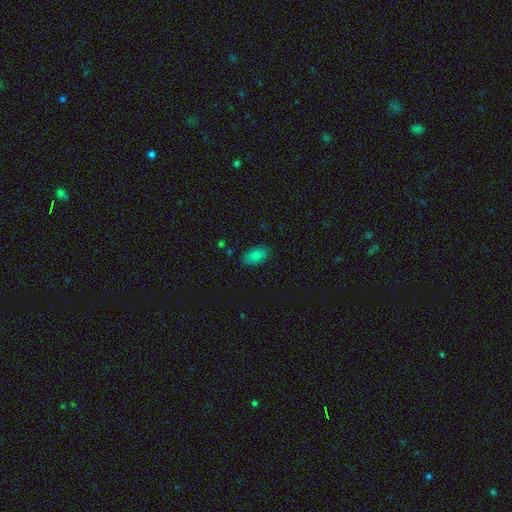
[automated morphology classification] A smooth galaxy with no disk features (84%) that is in between round and cigar-shaped (93%). Merging: none (84%).